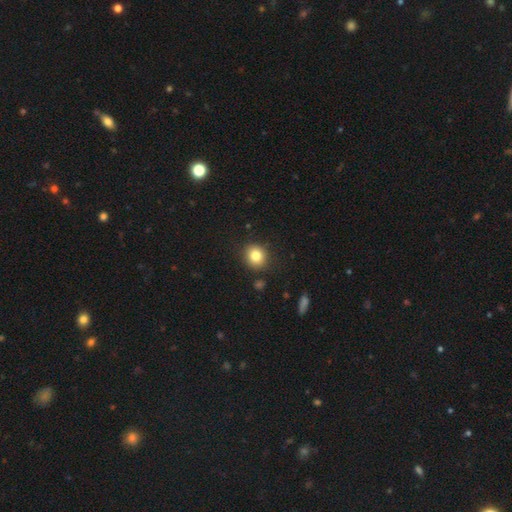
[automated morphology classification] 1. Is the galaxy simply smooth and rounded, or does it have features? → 82% smooth, 11% star or artifact, 7% featured or disk.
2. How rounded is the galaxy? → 80% round, 19% in between, 1% cigar-shaped.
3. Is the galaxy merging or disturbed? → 88% none, 8% minor disturbance, 2% major disturbance, 2% merger.